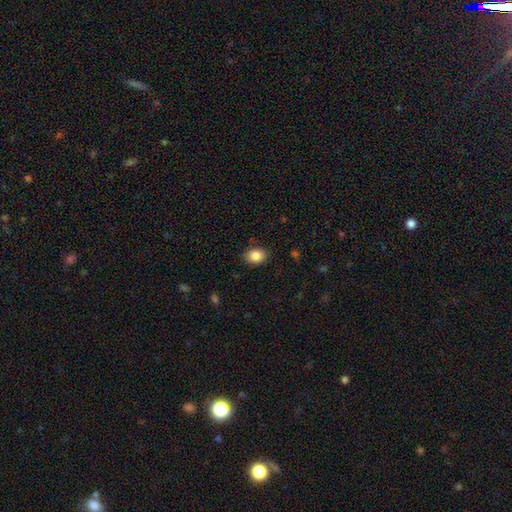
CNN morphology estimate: Smooth or featured? Predicted: smooth (p=0.86). How rounded? Predicted: in between (p=0.59). Merging? Predicted: none (p=0.84).